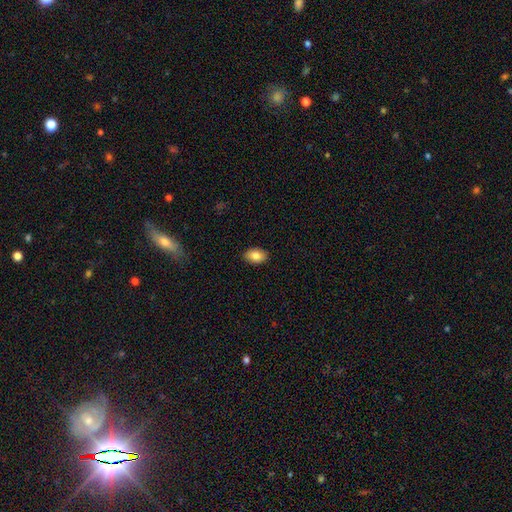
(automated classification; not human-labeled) The model was most divided on "smooth or featured": smooth: 84%, featured or disk: 8%, star or artifact: 8%. More confident: merging — none (89%); how rounded — in between (88%).